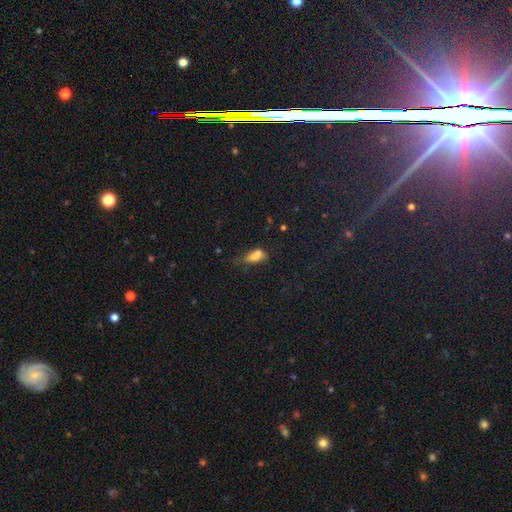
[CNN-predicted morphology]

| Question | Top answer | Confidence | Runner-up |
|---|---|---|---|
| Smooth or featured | smooth | 70% | star or artifact (15%) |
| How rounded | in between | 78% | cigar-shaped (13%) |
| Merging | minor disturbance | 29% | none (28%) |